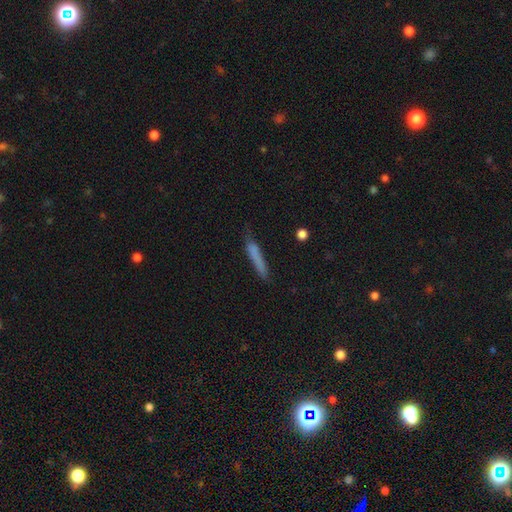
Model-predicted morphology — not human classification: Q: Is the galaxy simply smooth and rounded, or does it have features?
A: smooth — 73%.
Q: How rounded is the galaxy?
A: cigar-shaped — 93%.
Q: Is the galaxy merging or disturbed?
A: none — 69%.